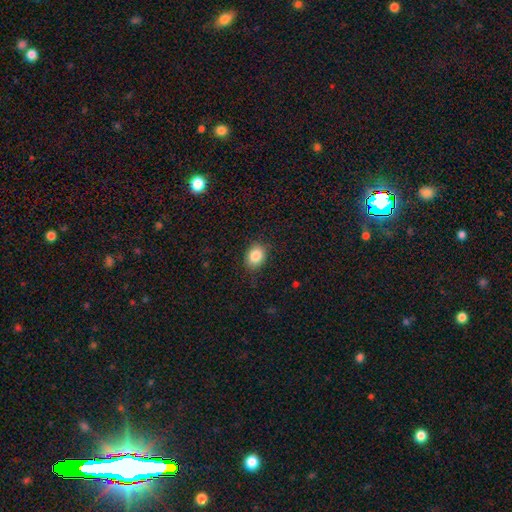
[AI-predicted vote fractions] Smooth or featured? Predicted: smooth (p=0.85). How rounded? Predicted: in between (p=0.59). Merging? Predicted: none (p=0.83).